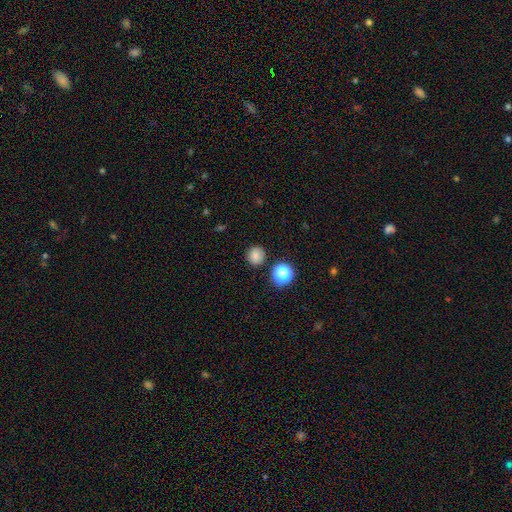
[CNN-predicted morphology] Smooth or featured? Predicted: smooth (p=0.82). How rounded? Predicted: round (p=0.91). Merging? Predicted: none (p=0.88).